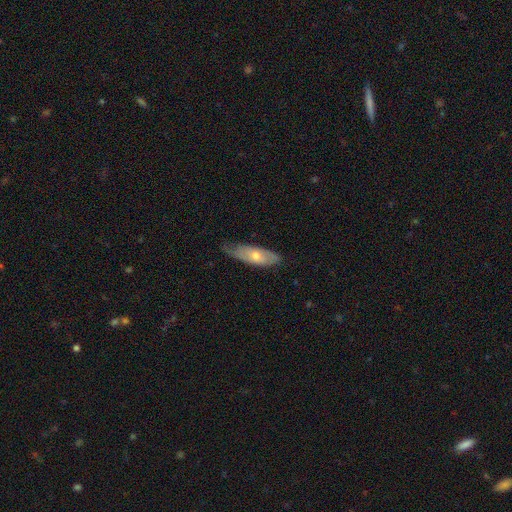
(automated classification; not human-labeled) Smooth or featured: smooth — 49% (featured or disk — 45%)
Merging: none — 62% (minor disturbance — 30%)